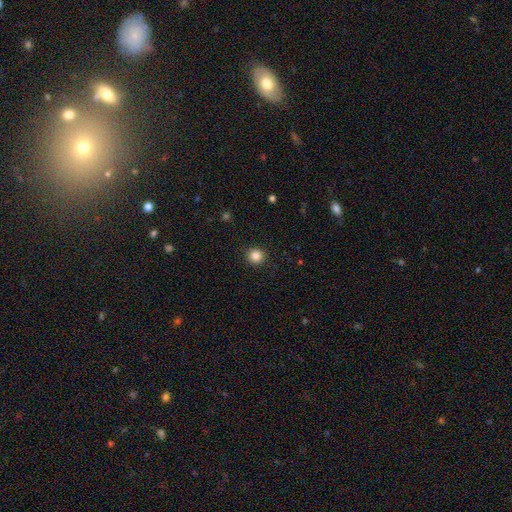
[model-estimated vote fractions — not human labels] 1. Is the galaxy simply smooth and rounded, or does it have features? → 85% smooth, 11% star or artifact, 4% featured or disk.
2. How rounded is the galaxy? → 93% round, 6% in between, 1% cigar-shaped.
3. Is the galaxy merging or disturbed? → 92% none, 5% minor disturbance, 2% major disturbance, 1% merger.